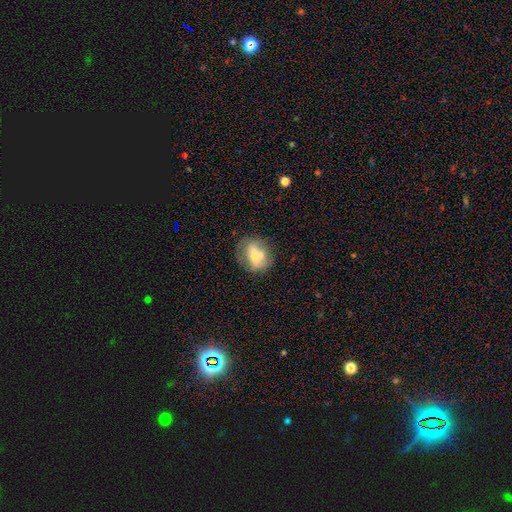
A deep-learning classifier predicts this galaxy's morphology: This appears to be a smooth galaxy with no disk features (54%) that is round (55%). Merging: none (55%).